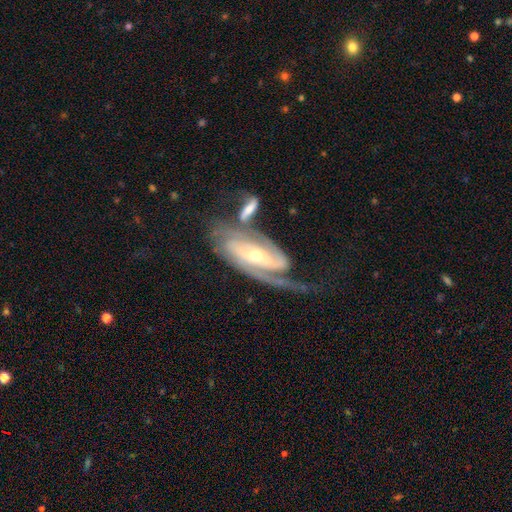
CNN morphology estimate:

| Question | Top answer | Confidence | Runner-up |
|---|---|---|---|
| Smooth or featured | featured or disk | 89% | smooth (6%) |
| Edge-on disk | no | 94% | yes (6%) |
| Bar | no | 38% | weak (34%) |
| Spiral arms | yes | 97% | no (3%) |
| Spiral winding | tight | 47% | medium (38%) |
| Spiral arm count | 2 | 61% | 1 (20%) |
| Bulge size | small | 48% | tied: moderate (48%) |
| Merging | none | 39% | major disturbance (23%) |